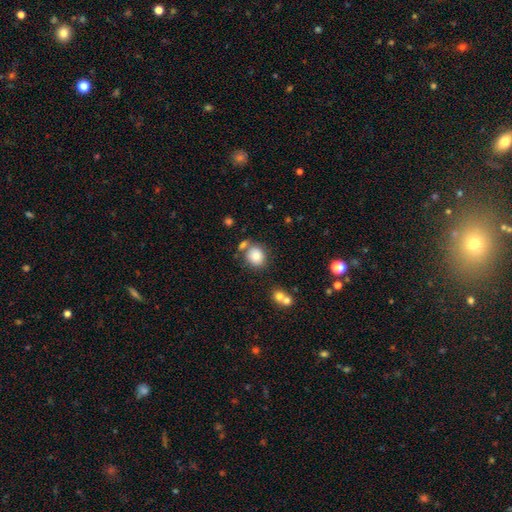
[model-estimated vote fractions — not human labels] This is clearly a smooth galaxy (84%). How rounded: likely round (69%). Merging: likely none (65%).